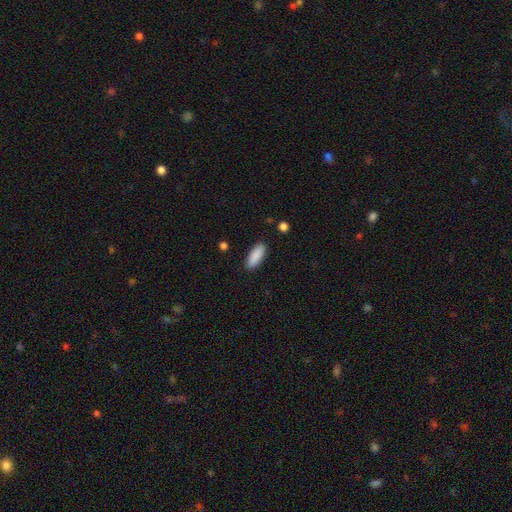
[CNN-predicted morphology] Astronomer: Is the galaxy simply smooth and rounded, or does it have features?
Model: smooth — 90%.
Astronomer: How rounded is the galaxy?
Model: in between — 69%.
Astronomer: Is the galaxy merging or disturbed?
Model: none — 88%.